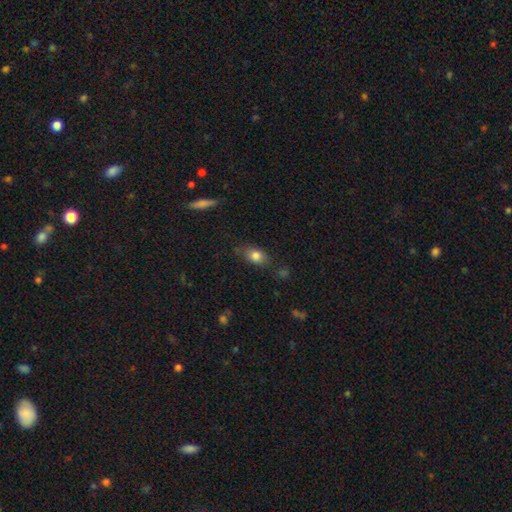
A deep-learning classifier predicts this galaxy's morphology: A smooth galaxy with no disk features (81%) that is in between round and cigar-shaped (72%). Merging: none (71%).